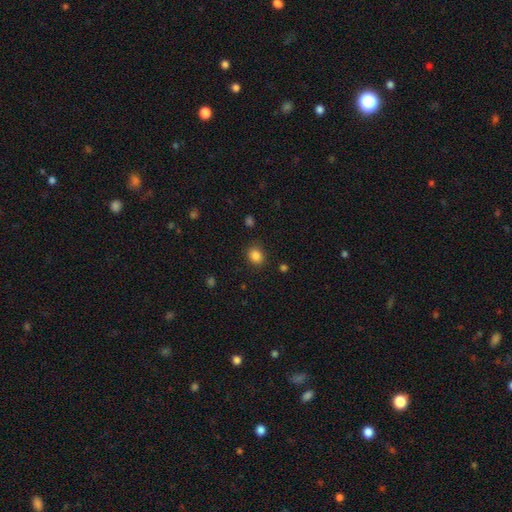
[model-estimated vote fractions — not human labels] smooth-or-featured: smooth: 85% | star or artifact: 11% | featured or disk: 4%
  how-rounded: round: 65% | in between: 34% | cigar-shaped: 1%
  merging: none: 86% | minor disturbance: 10% | major disturbance: 3% | merger: 2%